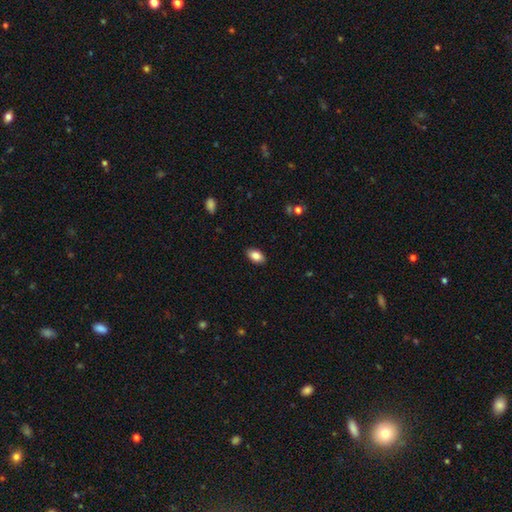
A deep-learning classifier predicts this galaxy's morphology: Smooth or featured? smooth (86%)
How rounded? in between (92%)
Merging? none (89%)